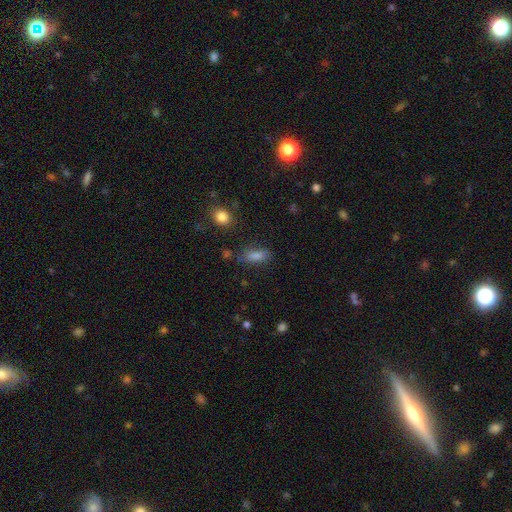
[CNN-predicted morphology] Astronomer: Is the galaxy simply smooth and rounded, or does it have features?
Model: smooth — 74%.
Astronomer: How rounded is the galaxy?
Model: in between — 70%.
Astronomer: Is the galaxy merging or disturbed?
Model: none — 74%.